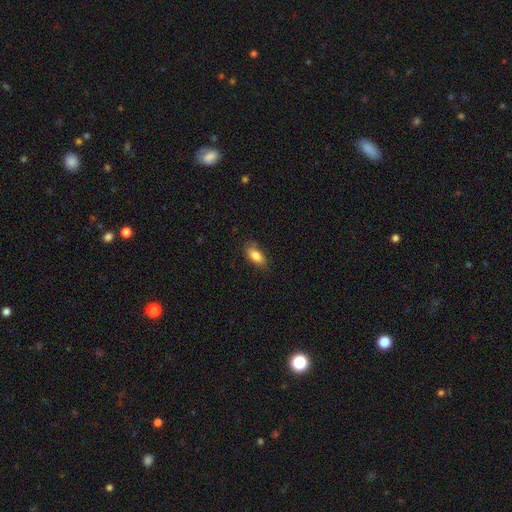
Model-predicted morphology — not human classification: This appears to be a smooth galaxy with no disk features (85%) that is in between round and cigar-shaped (87%). Merging: none (78%).